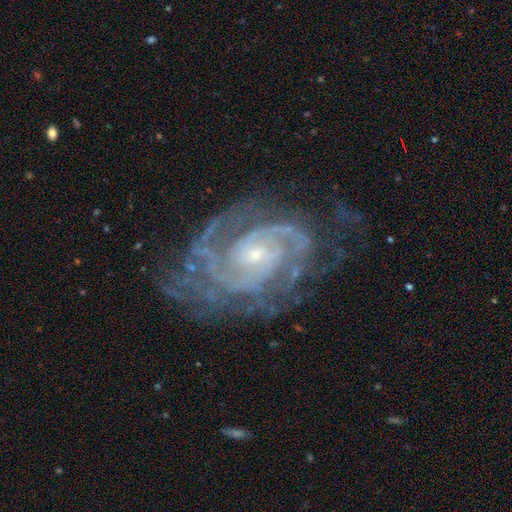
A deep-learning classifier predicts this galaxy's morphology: type=featured or disk (91%); edge-on=no (97%); bar=no (65%); spiral arms=yes (98%); winding=tight (65%); arm count=2 (38%); bulge=small (74%); merging=none (66%).